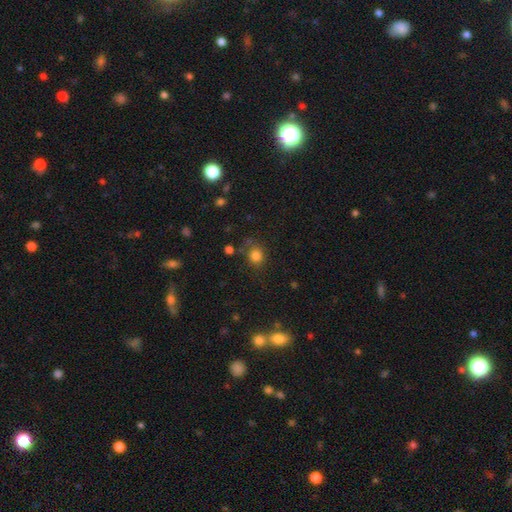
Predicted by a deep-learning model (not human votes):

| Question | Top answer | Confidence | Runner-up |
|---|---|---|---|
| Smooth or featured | smooth | 80% | star or artifact (14%) |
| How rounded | round | 74% | in between (25%) |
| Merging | none | 68% | minor disturbance (18%) |